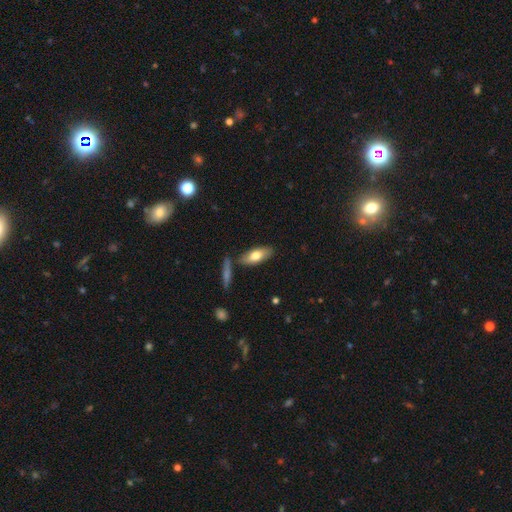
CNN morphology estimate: smooth_or_featured: smooth (p=0.70) [alt: featured or disk p=0.24]
how_rounded: in between (p=0.77) [alt: cigar-shaped p=0.21]
merging: none (p=0.77) [alt: minor disturbance p=0.13]